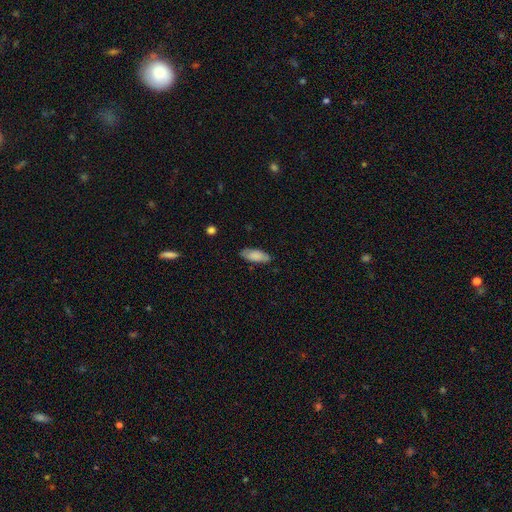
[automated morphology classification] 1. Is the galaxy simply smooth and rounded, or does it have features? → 82% smooth, 12% featured or disk, 6% star or artifact.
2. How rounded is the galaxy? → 80% in between, 18% cigar-shaped, 2% round.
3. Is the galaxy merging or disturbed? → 80% none, 16% minor disturbance, 3% major disturbance, 1% merger.